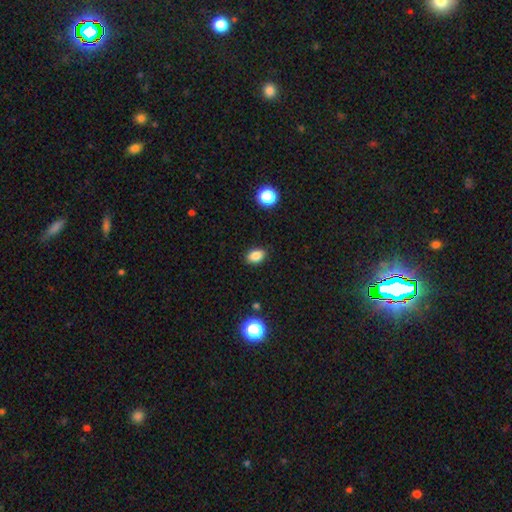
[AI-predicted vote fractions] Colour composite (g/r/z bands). It shows a smooth galaxy with no disk features (85%) that is in between round and cigar-shaped (81%). Merging: none (88%).